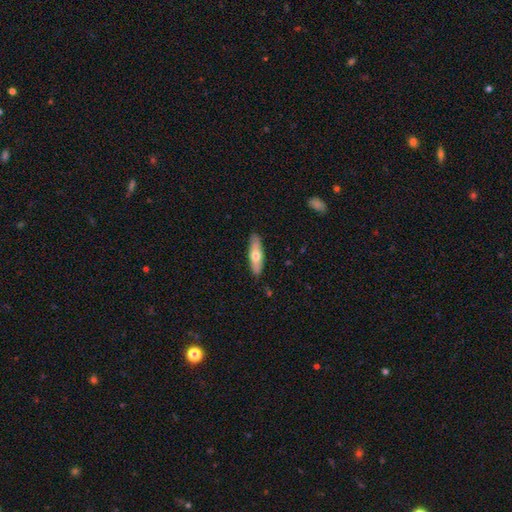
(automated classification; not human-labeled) smooth_or_featured: smooth (p=0.61) [alt: featured or disk p=0.34]
how_rounded: cigar-shaped (p=0.59) [alt: in between p=0.39]
merging: none (p=0.86) [alt: minor disturbance p=0.11]